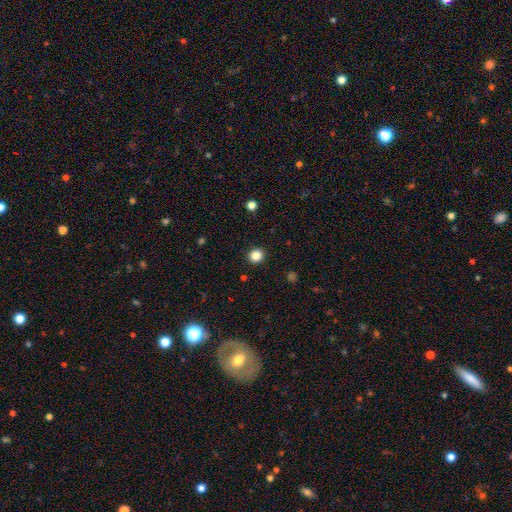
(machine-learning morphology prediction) type=smooth (84%); roundness=round (90%); merging=none (93%).